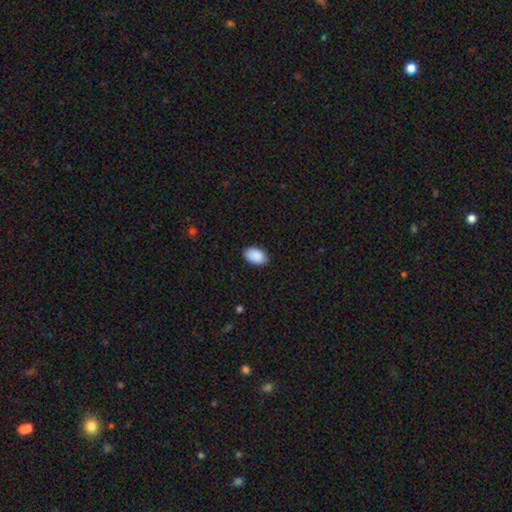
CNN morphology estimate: Smooth or featured: smooth — 91% (star or artifact — 6%)
How rounded: in between — 91% (round — 7%)
Merging: none — 88% (minor disturbance — 9%)